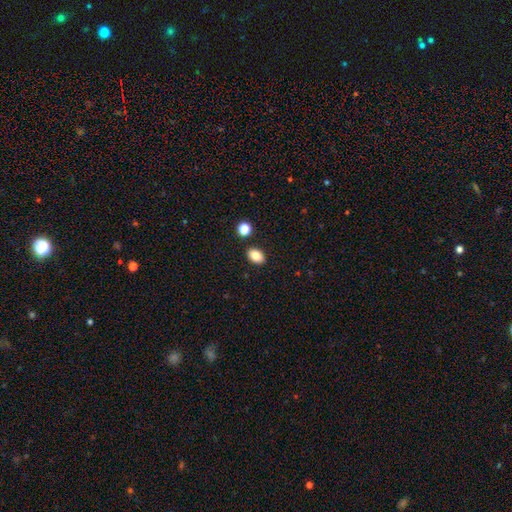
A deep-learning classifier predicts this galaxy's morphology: Smooth or featured? Predicted: smooth (p=0.85). How rounded? Predicted: in between (p=0.82). Merging? Predicted: none (p=0.87).